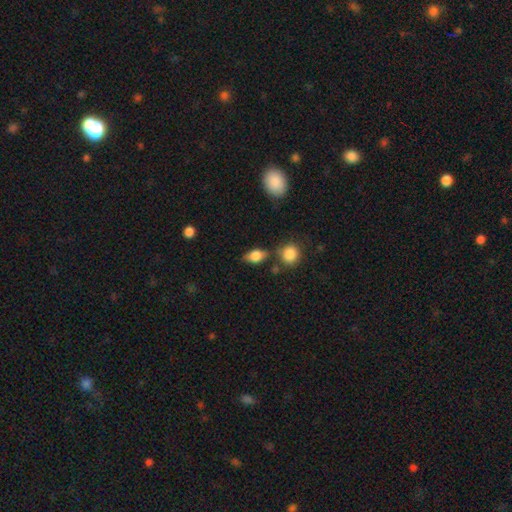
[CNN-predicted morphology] smooth-or-featured: smooth: 78% | featured or disk: 13% | star or artifact: 8%
  how-rounded: in between: 81% | round: 15% | cigar-shaped: 4%
  merging: none: 66% | minor disturbance: 19% | merger: 9% | major disturbance: 5%